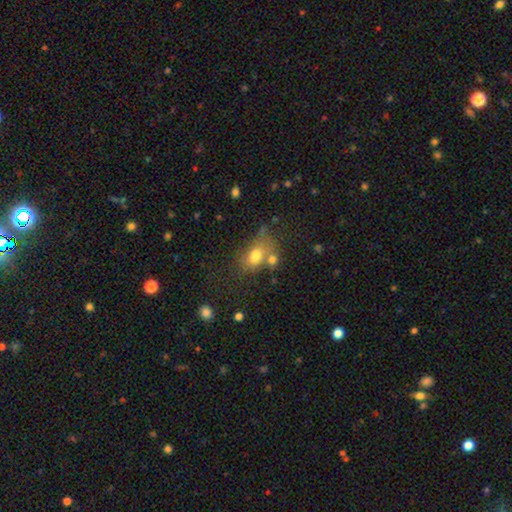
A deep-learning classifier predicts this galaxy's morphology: smooth_or_featured: smooth (p=0.73) [alt: featured or disk p=0.16]
how_rounded: in between (p=0.72) [alt: round p=0.26]
merging: none (p=0.40) [alt: merger p=0.31]